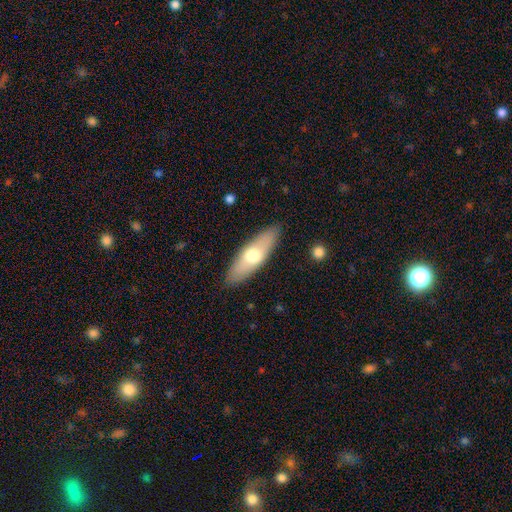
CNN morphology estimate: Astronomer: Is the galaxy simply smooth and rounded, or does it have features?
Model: smooth — 57% (runner-up: featured or disk, 37%).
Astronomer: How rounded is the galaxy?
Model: in between — 54% (runner-up: cigar-shaped, 43%).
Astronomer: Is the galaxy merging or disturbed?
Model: none — 89%.